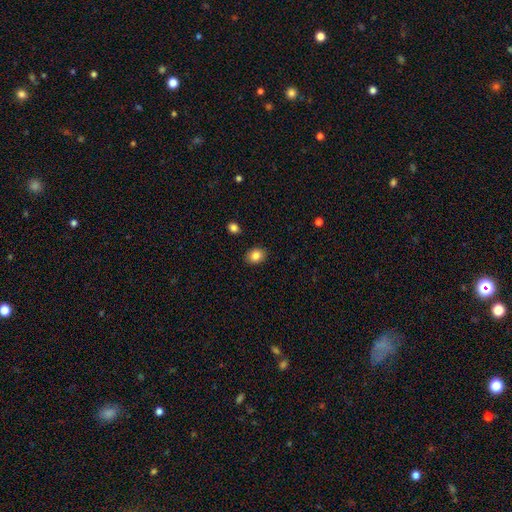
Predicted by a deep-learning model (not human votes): A smooth galaxy with no disk features (85%) that is in between round and cigar-shaped (53%).

Vote fractions:
- Smooth or featured? smooth: 85% / star or artifact: 9% / featured or disk: 7%
- How rounded? in between: 53% / round: 46% / cigar-shaped: 1%
- Merging? none: 90% / minor disturbance: 7% / major disturbance: 2% / merger: 1%